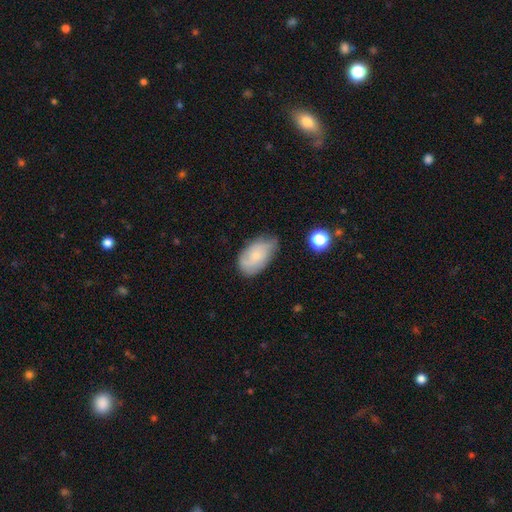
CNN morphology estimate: smooth_or_featured: smooth (p=0.59) [alt: featured or disk p=0.33]
how_rounded: in between (p=0.92) [alt: round p=0.06]
merging: none (p=0.56) [alt: minor disturbance p=0.34]